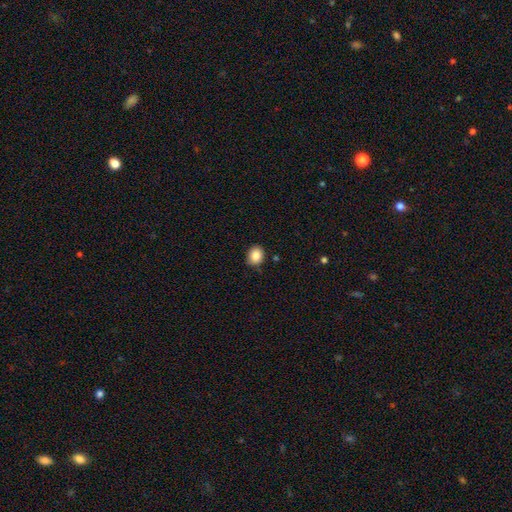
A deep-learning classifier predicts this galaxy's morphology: A smooth galaxy with no disk features (86%) that is round (62%). Merging: none (85%).